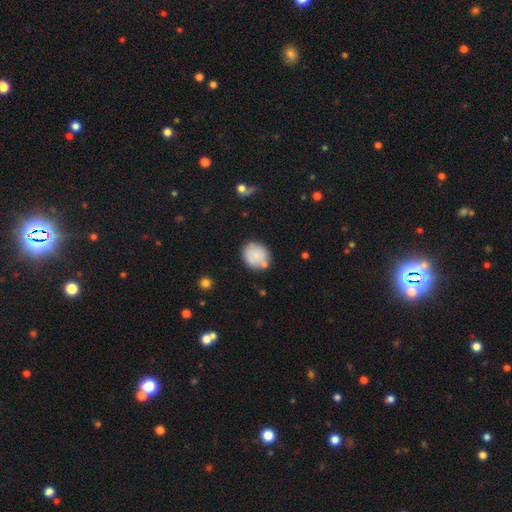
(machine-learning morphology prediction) smooth 82%, featured or disk 10%, star or artifact 8%. Down the decision tree: how rounded — round (70%); merging — none (71%).